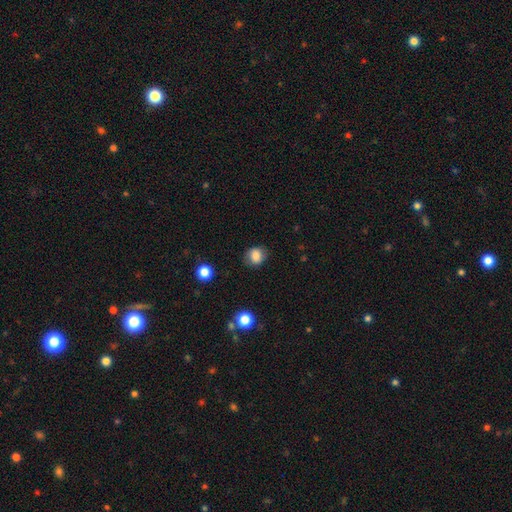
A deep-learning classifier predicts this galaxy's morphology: Smooth or featured: smooth — 83% (star or artifact — 10%)
How rounded: round — 69% (in between — 30%)
Merging: none — 80% (minor disturbance — 14%)